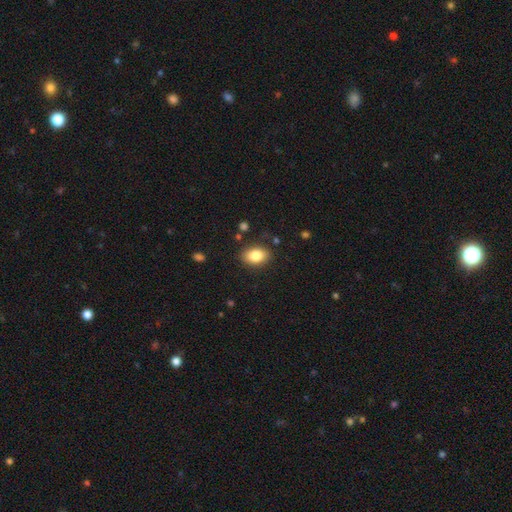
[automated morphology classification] The model was most divided on "how rounded": in between: 81%, round: 18%, cigar-shaped: 1%. More confident: merging — none (86%); smooth or featured — smooth (83%).